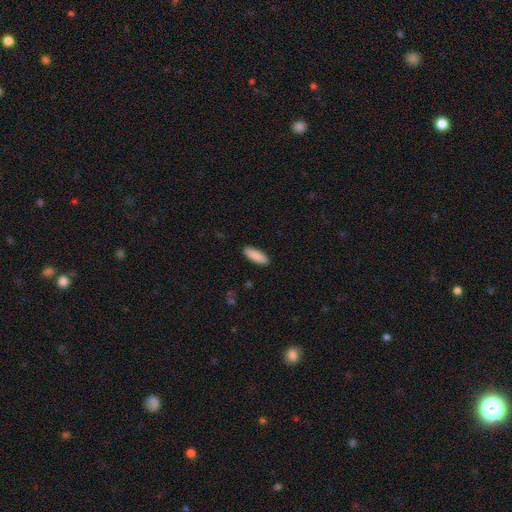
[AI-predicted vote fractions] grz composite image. It shows a smooth galaxy with no disk features (90%) that is in between round and cigar-shaped (65%). Merging: none (90%).